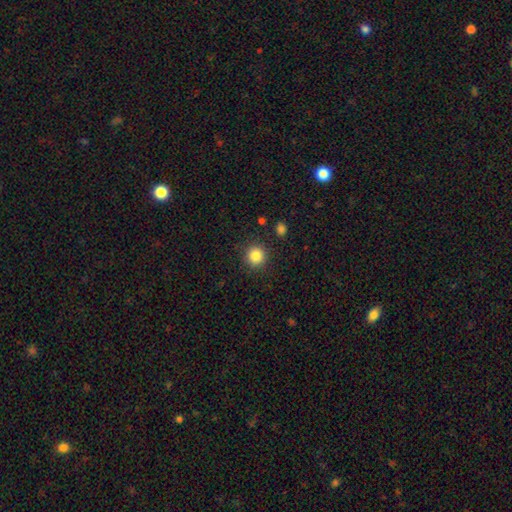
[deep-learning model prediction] smooth-or-featured: smooth: 85% | star or artifact: 10% | featured or disk: 5%
  how-rounded: round: 93% | in between: 6% | cigar-shaped: 1%
  merging: none: 90% | minor disturbance: 6% | major disturbance: 2% | merger: 2%